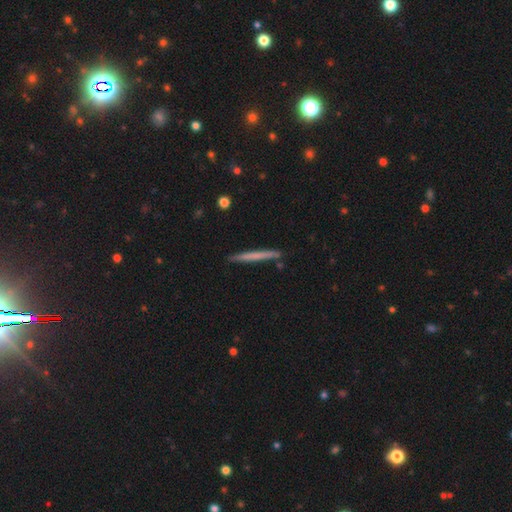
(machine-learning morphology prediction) smooth_or_featured: smooth (p=0.58) [alt: featured or disk p=0.36]
how_rounded: cigar-shaped (p=0.97) [alt: in between p=0.02]
merging: none (p=0.89) [alt: minor disturbance p=0.08]